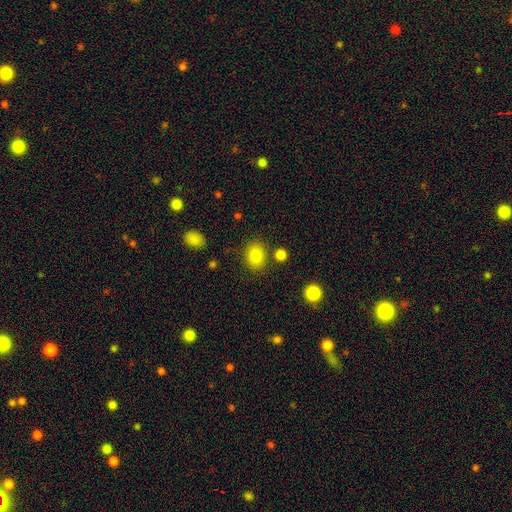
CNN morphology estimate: Smooth or featured: smooth — 86% (star or artifact — 9%)
How rounded: in between — 62% (round — 37%)
Merging: none — 79% (minor disturbance — 11%)